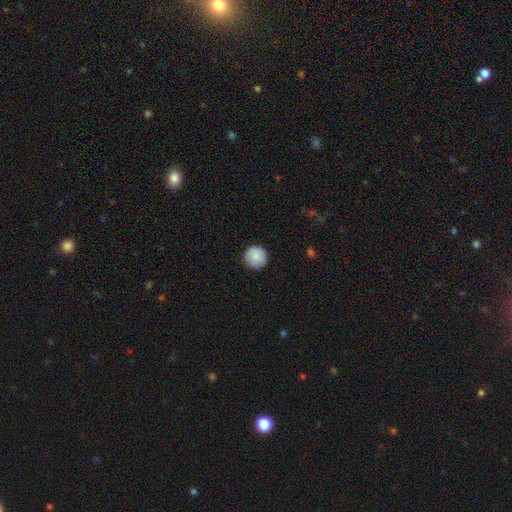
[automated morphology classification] Smooth or featured? Predicted: smooth (p=0.86). How rounded? Predicted: round (p=0.95). Merging? Predicted: none (p=0.88).